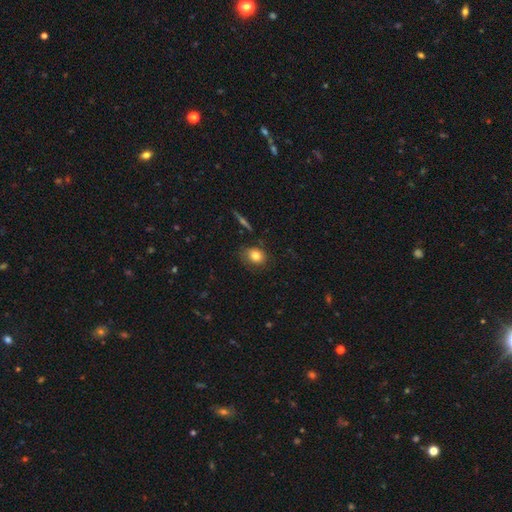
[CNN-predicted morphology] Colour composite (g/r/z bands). It shows a smooth galaxy with no disk features (80%) that is in between round and cigar-shaped (50%). Merging: none (77%).